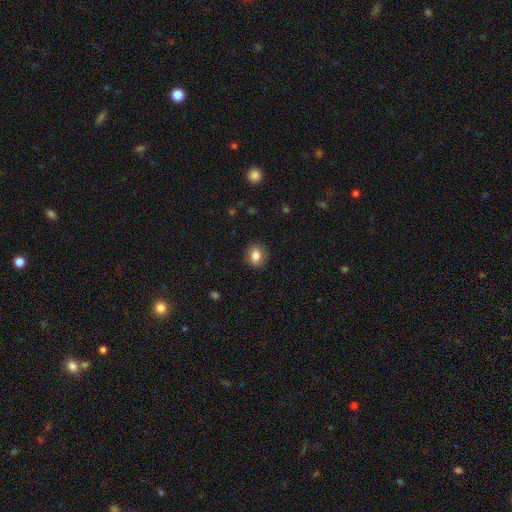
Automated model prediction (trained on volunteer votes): This appears to be a smooth galaxy with no disk features (78%) that is round (61%). Merging: none (88%).